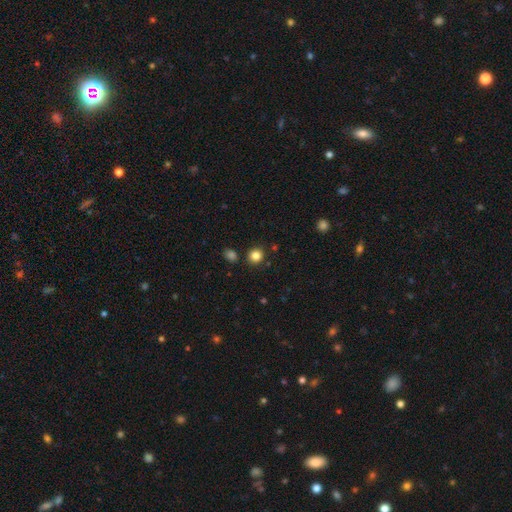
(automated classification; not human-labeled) smooth_or_featured: smooth (p=0.84) [alt: star or artifact p=0.11]
how_rounded: round (p=0.86) [alt: in between p=0.13]
merging: none (p=0.86) [alt: minor disturbance p=0.07]